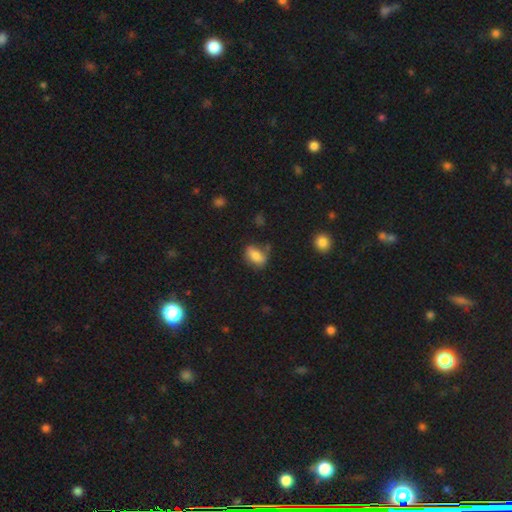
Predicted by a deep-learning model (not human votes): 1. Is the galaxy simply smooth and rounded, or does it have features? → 79% smooth, 12% featured or disk, 9% star or artifact.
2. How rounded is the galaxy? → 85% in between, 10% round, 5% cigar-shaped.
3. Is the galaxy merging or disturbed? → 62% none, 26% minor disturbance, 8% major disturbance, 5% merger.